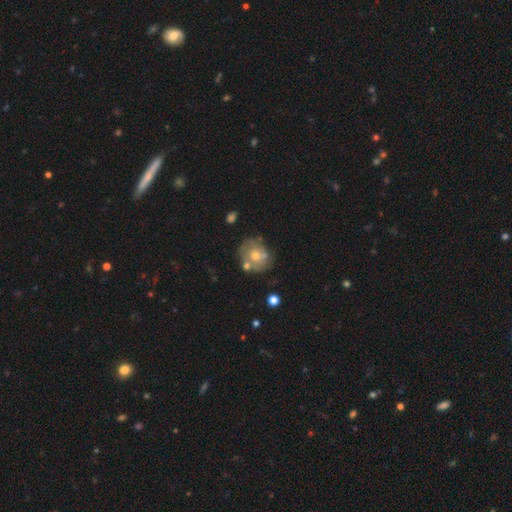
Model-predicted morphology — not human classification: Smooth or featured? smooth (46%)
Merging? none (57%)